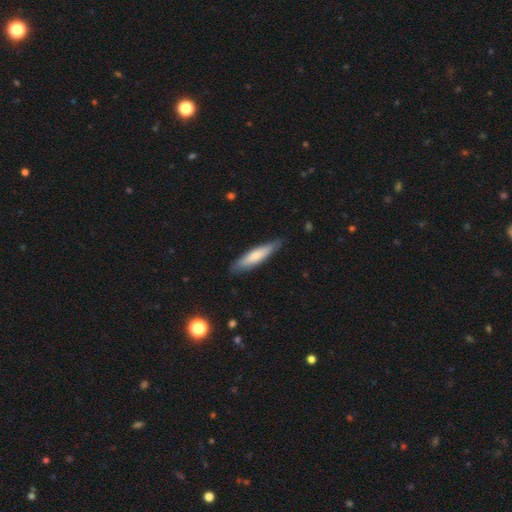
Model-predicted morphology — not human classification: Smooth or featured? smooth (67%)
How rounded? cigar-shaped (80%)
Merging? none (83%)